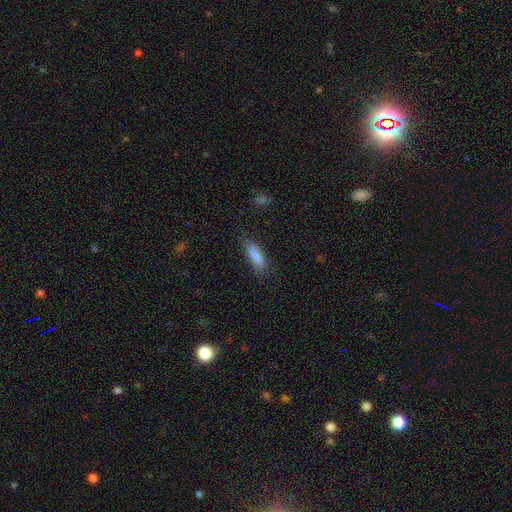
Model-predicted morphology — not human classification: Smooth or featured? smooth (85%)
How rounded? cigar-shaped (55%)
Merging? none (76%)